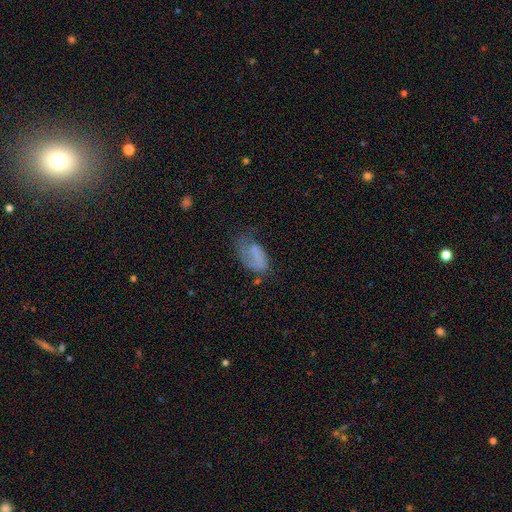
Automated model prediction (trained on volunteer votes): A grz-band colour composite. It shows a smooth galaxy with no disk features (47%). Merging: major disturbance (37%).